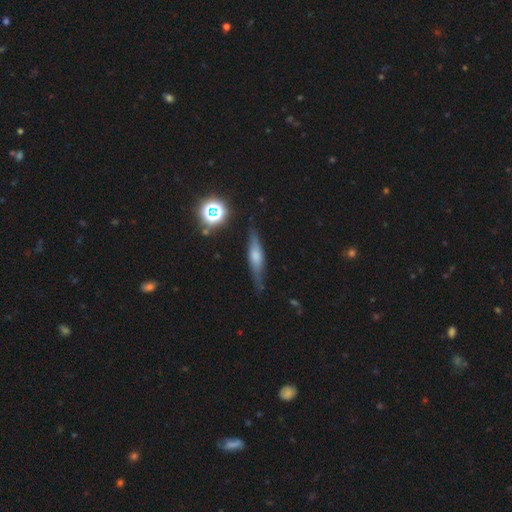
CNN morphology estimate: Q: Smooth or featured?
A: featured or disk (47%); runner-up: smooth (42%)
Q: Merging?
A: none (77%); runner-up: minor disturbance (17%)